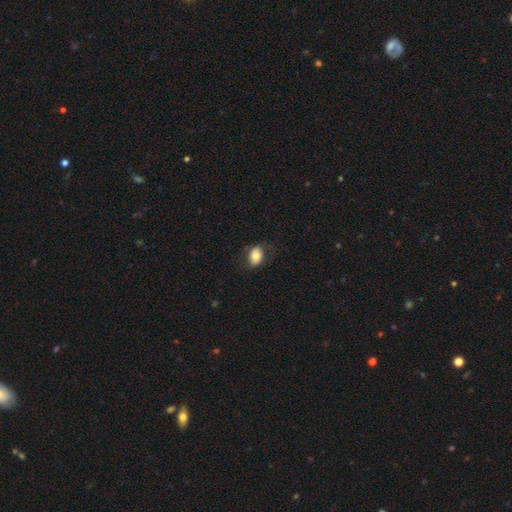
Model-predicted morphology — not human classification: Smooth or featured? smooth (75%)
How rounded? in between (83%)
Merging? none (76%)